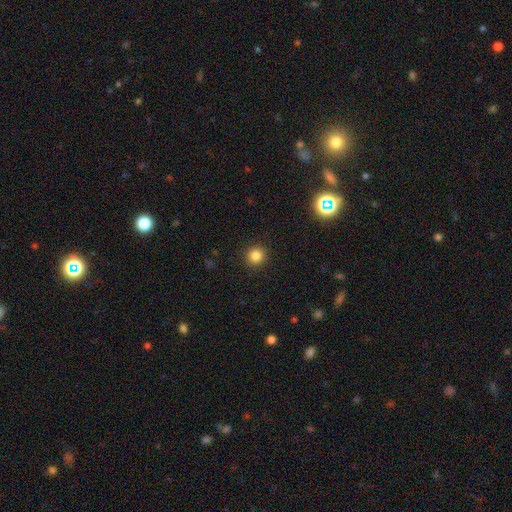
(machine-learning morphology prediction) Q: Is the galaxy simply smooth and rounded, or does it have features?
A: smooth — 83%.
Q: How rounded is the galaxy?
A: round — 93%.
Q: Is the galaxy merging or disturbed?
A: none — 92%.